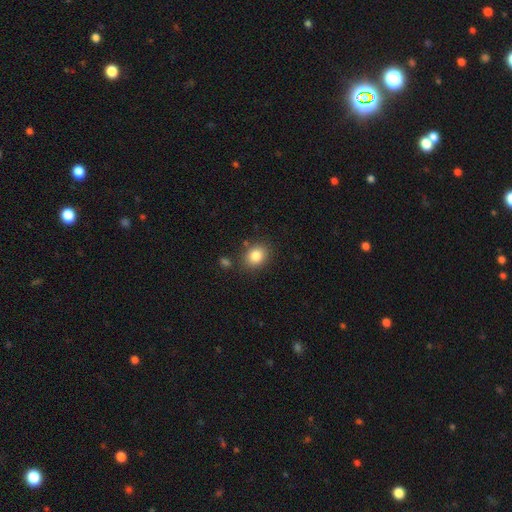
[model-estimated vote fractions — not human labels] smooth 84%, star or artifact 10%, featured or disk 6%. Down the decision tree: how rounded — round (58%); merging — none (82%).